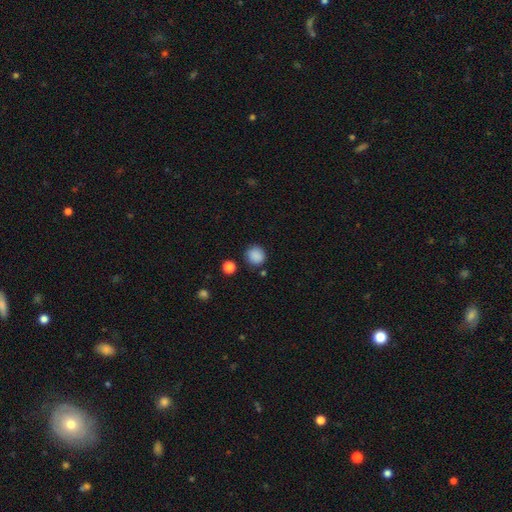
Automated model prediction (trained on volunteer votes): Q: Smooth or featured?
A: smooth (87%); runner-up: star or artifact (10%)
Q: How rounded?
A: round (89%); runner-up: in between (10%)
Q: Merging?
A: none (85%); runner-up: minor disturbance (9%)